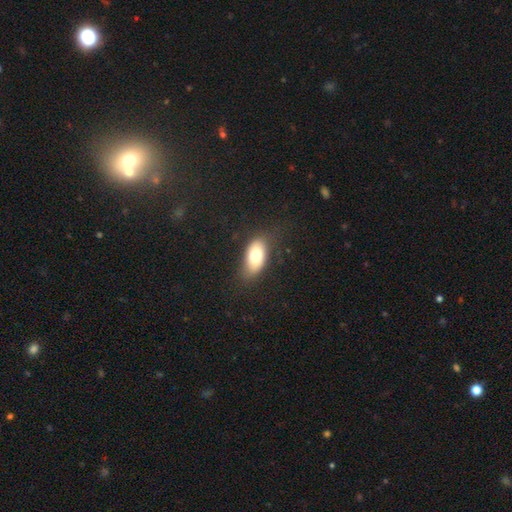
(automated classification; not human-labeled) smooth-or-featured: smooth: 77% | featured or disk: 15% | star or artifact: 7%
  how-rounded: in between: 90% | cigar-shaped: 5% | round: 5%
  merging: none: 75% | minor disturbance: 18% | major disturbance: 6% | merger: 1%